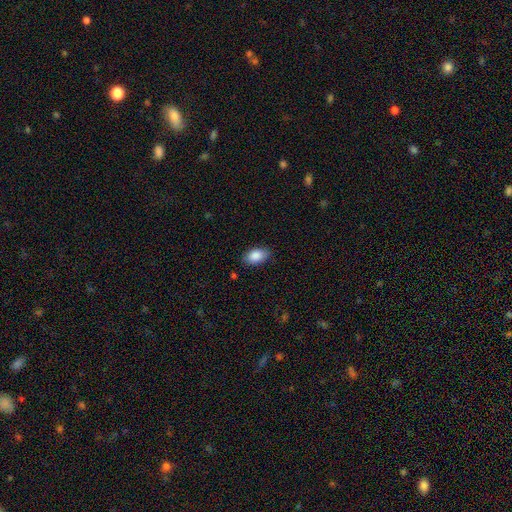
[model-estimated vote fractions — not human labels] The model was most divided on "merging": none: 83%, minor disturbance: 13%, major disturbance: 3%, merger: 1%. More confident: how rounded — in between (91%); smooth or featured — smooth (87%).